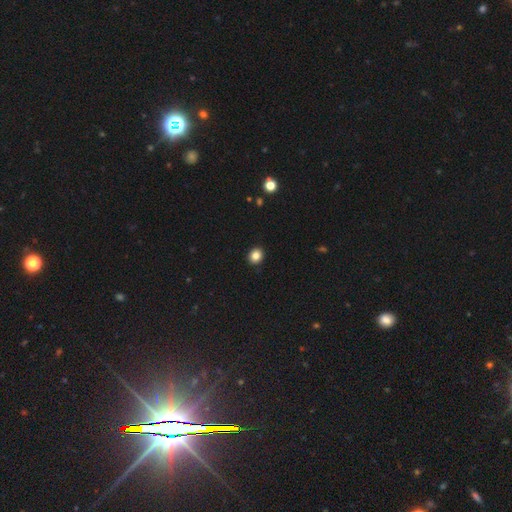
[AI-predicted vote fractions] Smooth or featured: smooth — 84% (star or artifact — 11%)
How rounded: round — 74% (in between — 25%)
Merging: none — 92% (minor disturbance — 5%)